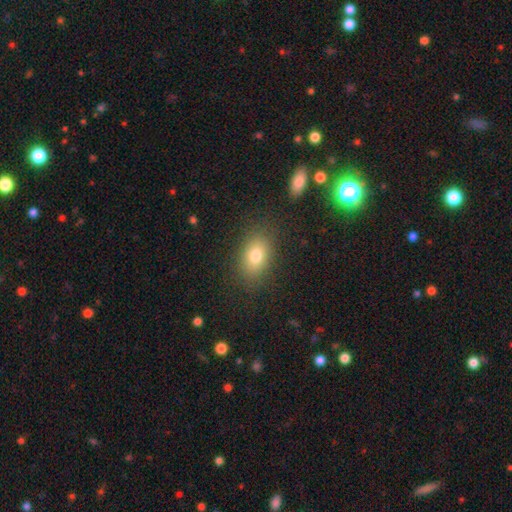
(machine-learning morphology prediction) Q: Smooth or featured?
A: smooth (78%); runner-up: featured or disk (11%)
Q: How rounded?
A: in between (83%); runner-up: round (15%)
Q: Merging?
A: none (85%); runner-up: minor disturbance (10%)